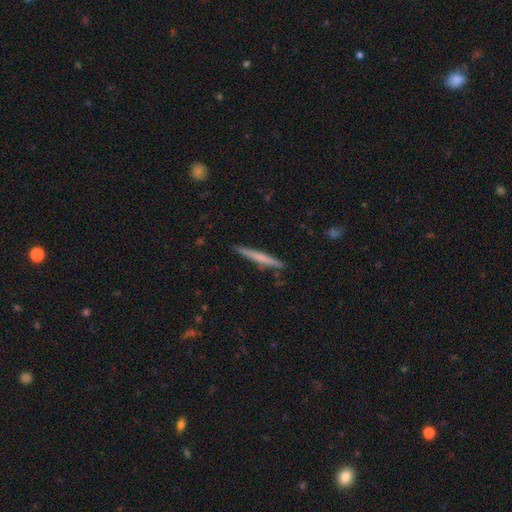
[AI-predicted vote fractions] The model was most divided on "smooth or featured": smooth: 51%, featured or disk: 43%, star or artifact: 6%. More confident: how rounded — cigar-shaped (96%); merging — none (91%).